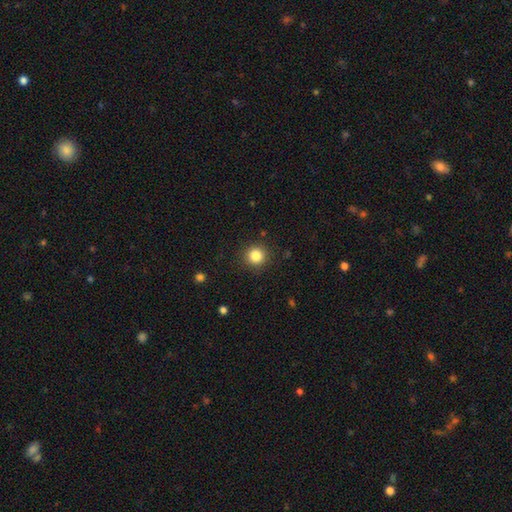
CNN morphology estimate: A smooth galaxy with no disk features (84%) that is round (94%). Merging: none (90%).